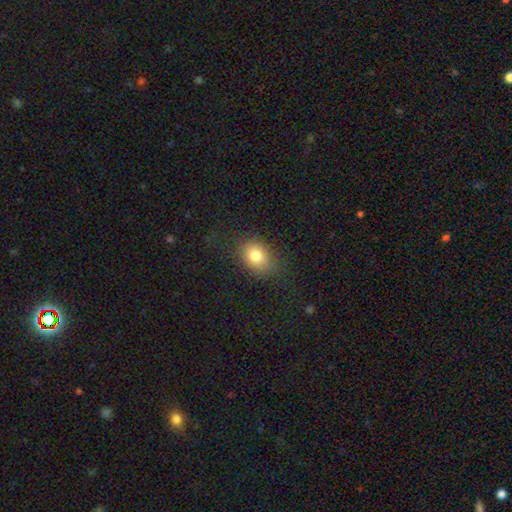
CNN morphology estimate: Smooth or featured? smooth (81%)
How rounded? in between (62%)
Merging? none (79%)